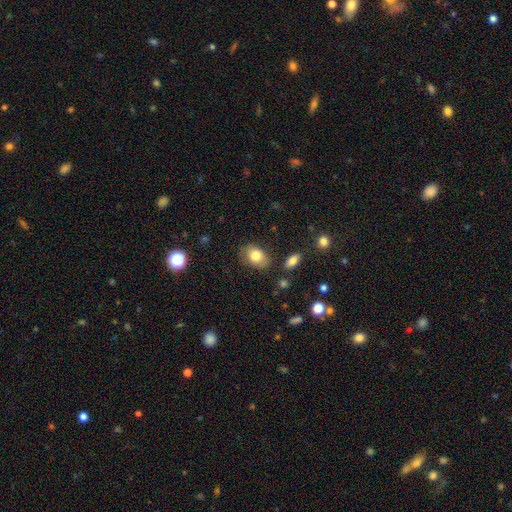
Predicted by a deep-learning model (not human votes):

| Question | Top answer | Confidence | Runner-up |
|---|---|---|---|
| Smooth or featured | smooth | 77% | featured or disk (15%) |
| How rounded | in between | 82% | round (17%) |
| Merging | none | 71% | minor disturbance (20%) |